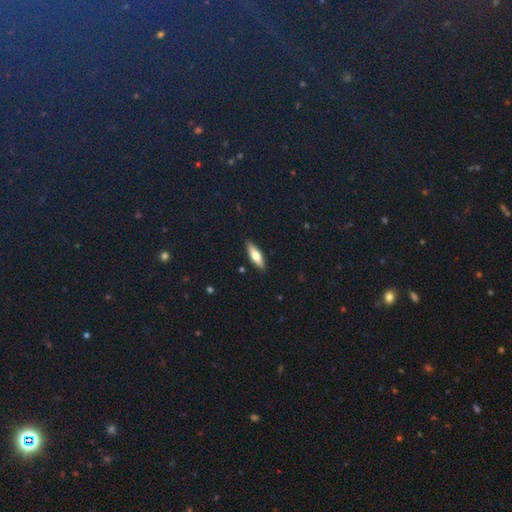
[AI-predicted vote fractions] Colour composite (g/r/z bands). It shows a smooth galaxy with no disk features (59%) that is cigar-shaped (54%). Merging: none (89%).